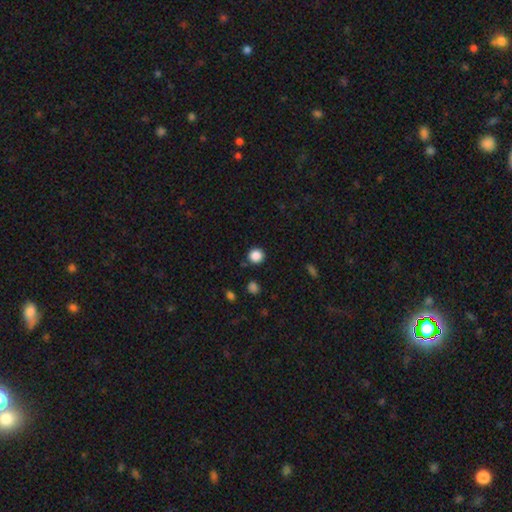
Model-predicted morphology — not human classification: Smooth or featured: smooth — 87% (star or artifact — 11%)
How rounded: round — 93% (in between — 6%)
Merging: none — 88% (minor disturbance — 7%)